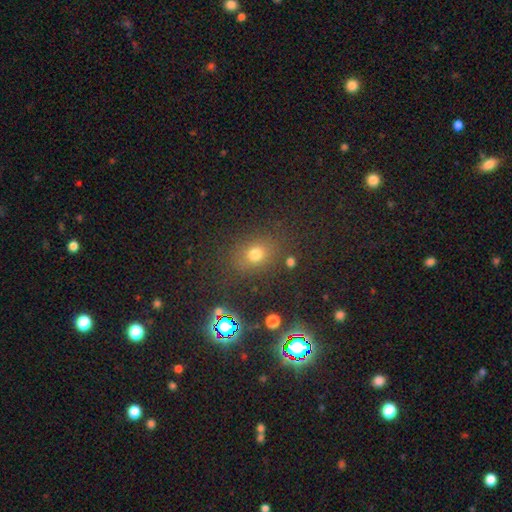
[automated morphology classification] smooth-or-featured: smooth: 64% | star or artifact: 27% | featured or disk: 8%
  how-rounded: round: 56% | in between: 42% | cigar-shaped: 2%
  merging: none: 81% | minor disturbance: 11% | major disturbance: 4% | merger: 3%